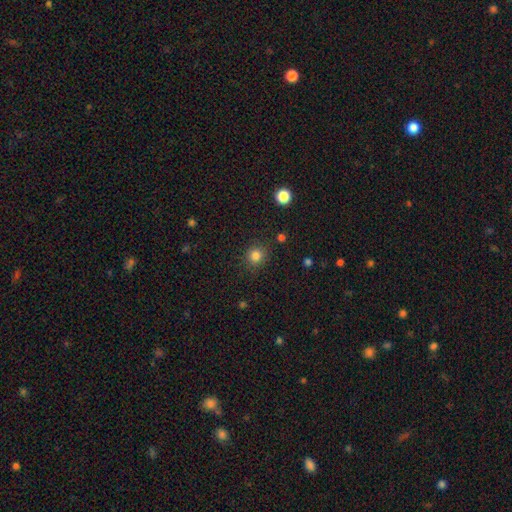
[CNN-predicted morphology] The model was most divided on "smooth or featured": smooth: 82%, star or artifact: 13%, featured or disk: 5%. More confident: how rounded — round (89%); merging — none (87%).